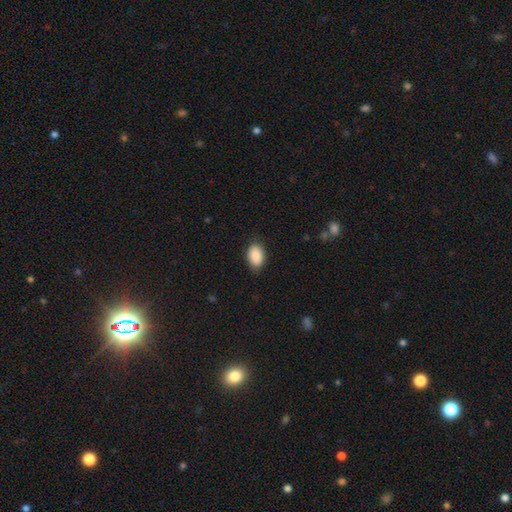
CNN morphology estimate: Smooth or featured? smooth (90%)
How rounded? in between (89%)
Merging? none (85%)